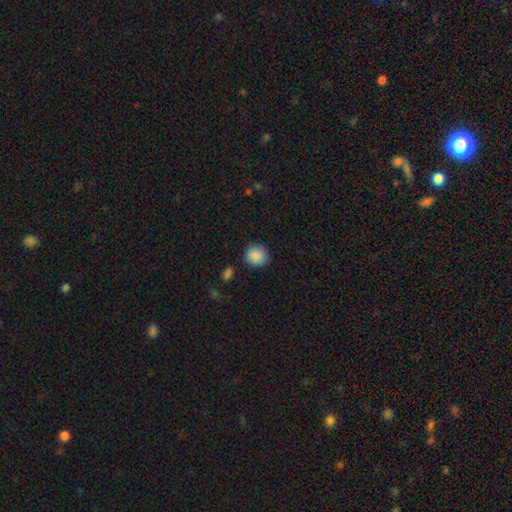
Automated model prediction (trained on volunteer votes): A smooth galaxy with no disk features (89%) that is round (88%).

Vote fractions:
- Smooth or featured? smooth: 89% / star or artifact: 8% / featured or disk: 3%
- How rounded? round: 88% / in between: 11% / cigar-shaped: 1%
- Merging? none: 87% / minor disturbance: 9% / major disturbance: 2% / merger: 2%